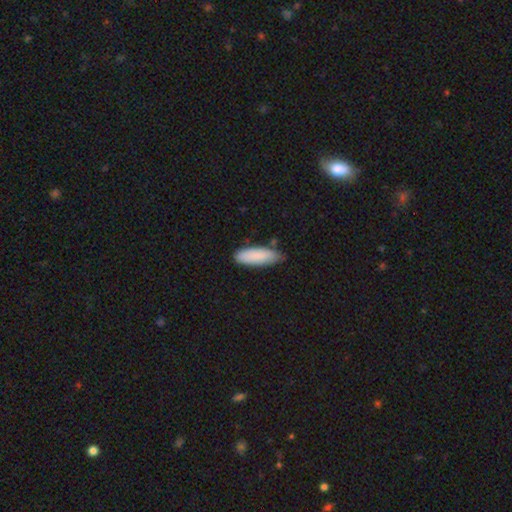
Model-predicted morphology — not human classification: smooth_or_featured: smooth (p=0.87) [alt: featured or disk p=0.07]
how_rounded: in between (p=0.59) [alt: cigar-shaped p=0.40]
merging: none (p=0.70) [alt: minor disturbance p=0.24]